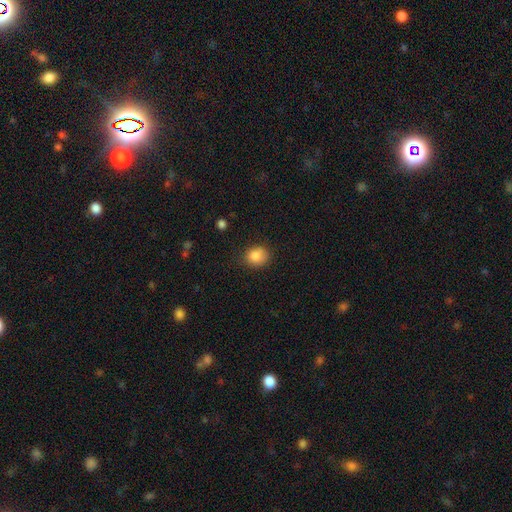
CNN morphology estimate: Smooth or featured: smooth — 85% (star or artifact — 9%)
How rounded: round — 65% (in between — 34%)
Merging: none — 77% (minor disturbance — 18%)